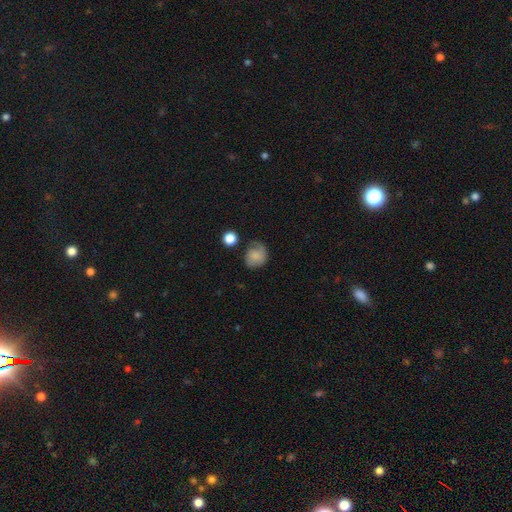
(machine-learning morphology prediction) smooth 64%, featured or disk 26%, star or artifact 10%. Down the decision tree: how rounded — round (68%); merging — none (55%).